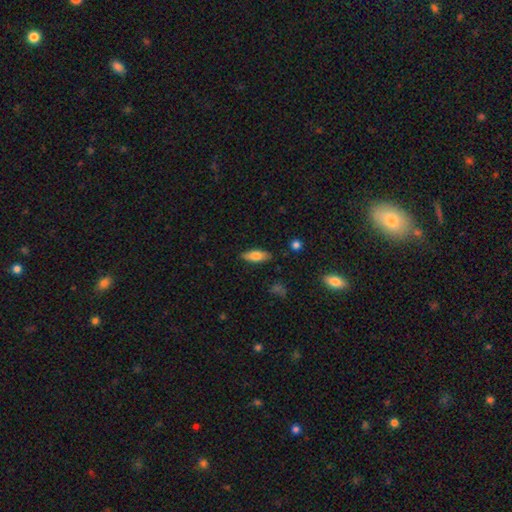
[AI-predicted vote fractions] Q: Smooth or featured?
A: smooth (73%); runner-up: featured or disk (20%)
Q: How rounded?
A: in between (69%); runner-up: cigar-shaped (28%)
Q: Merging?
A: none (86%); runner-up: minor disturbance (10%)